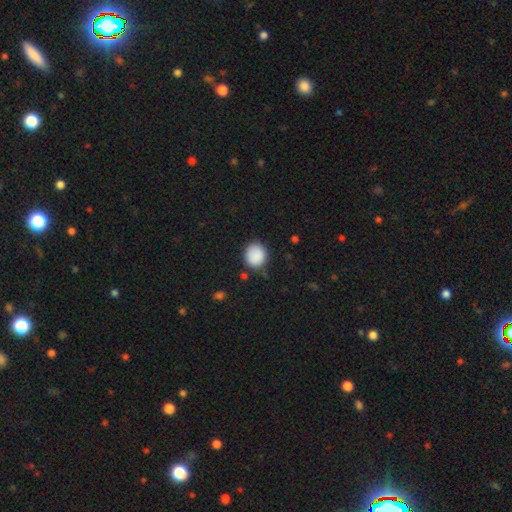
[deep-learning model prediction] Smooth or featured? Predicted: smooth (p=0.88). How rounded? Predicted: round (p=0.82). Merging? Predicted: none (p=0.82).